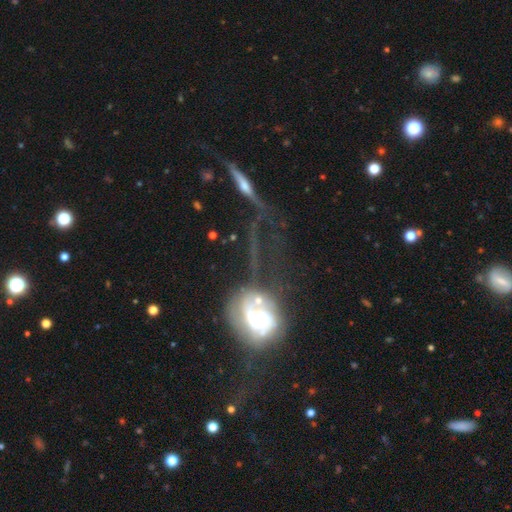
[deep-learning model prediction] smooth-or-featured: featured or disk: 50% | star or artifact: 27% | smooth: 23%
  merging: none: 32% | major disturbance: 29% | merger: 24% | minor disturbance: 15%